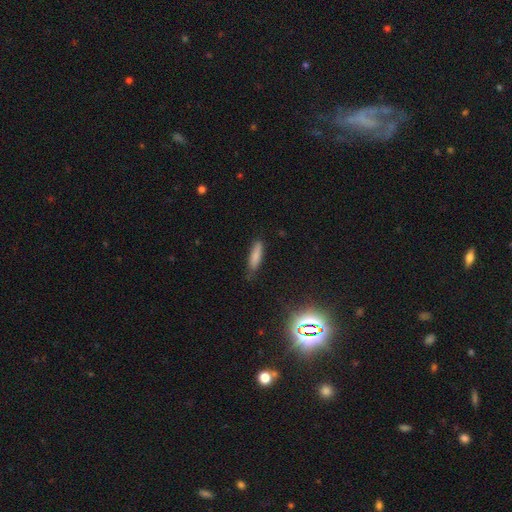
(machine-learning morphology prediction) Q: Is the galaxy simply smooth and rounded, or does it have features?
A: smooth — 82%.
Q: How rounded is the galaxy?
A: cigar-shaped — 69%.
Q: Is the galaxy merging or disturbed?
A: none — 73%.